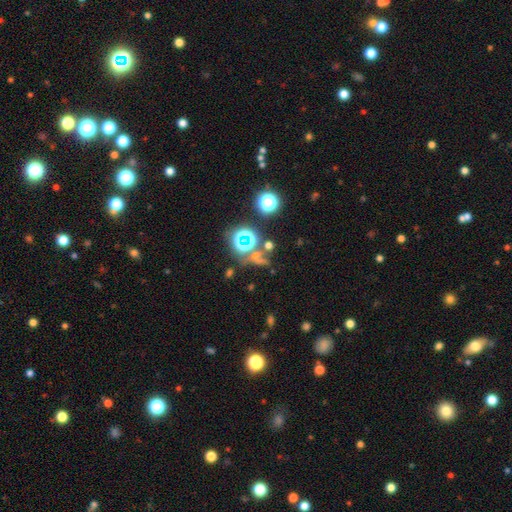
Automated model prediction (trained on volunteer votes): This is possibly a star or artifact rather than a galaxy (59%).